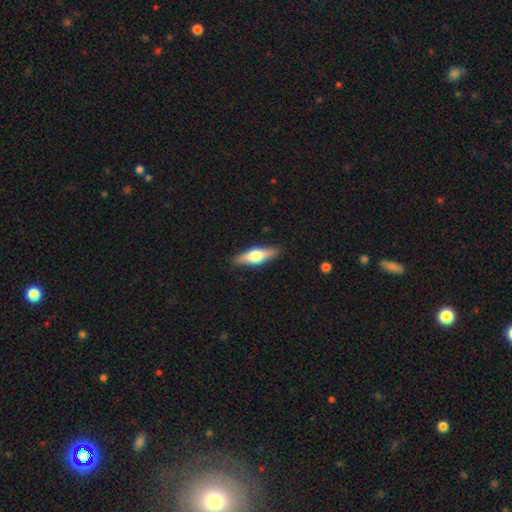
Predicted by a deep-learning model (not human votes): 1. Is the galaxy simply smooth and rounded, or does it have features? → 49% featured or disk, 45% smooth, 6% star or artifact.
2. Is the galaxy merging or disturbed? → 88% none, 9% minor disturbance, 2% major disturbance, 1% merger.